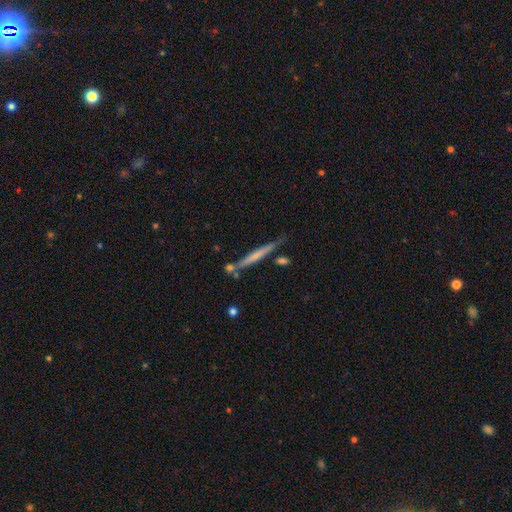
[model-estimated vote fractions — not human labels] This appears to be a featured or disk galaxy (49%). Merging: none (75%).